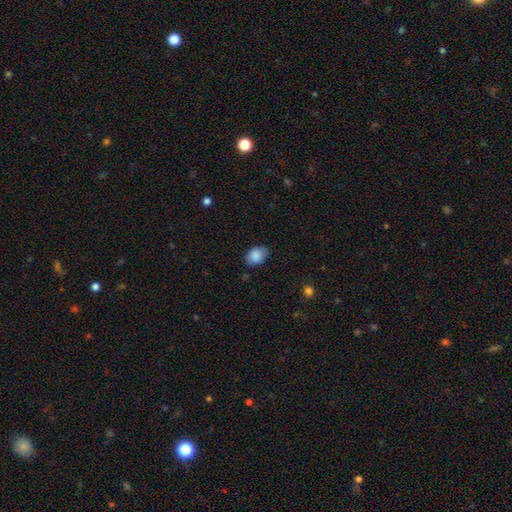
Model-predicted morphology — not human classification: A smooth galaxy with no disk features (87%) that is in between round and cigar-shaped (76%).

Vote fractions:
- Smooth or featured? smooth: 87% / star or artifact: 8% / featured or disk: 5%
- How rounded? in between: 76% / round: 23% / cigar-shaped: 1%
- Merging? none: 79% / minor disturbance: 16% / major disturbance: 3% / merger: 1%